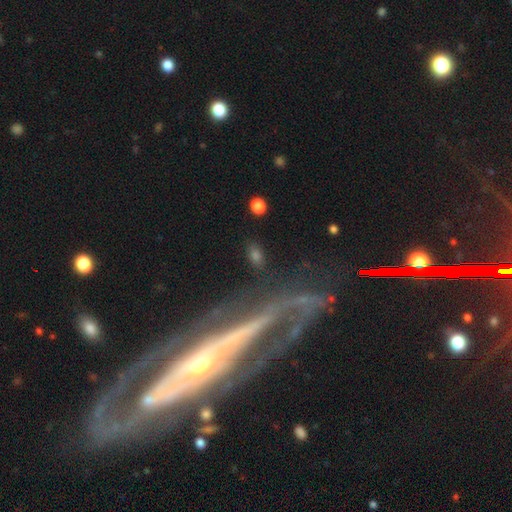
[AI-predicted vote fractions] smooth-or-featured: smooth: 50% | featured or disk: 36% | star or artifact: 14%
  how-rounded: in between: 70% | round: 18% | cigar-shaped: 13%
  merging: none: 76% | minor disturbance: 13% | major disturbance: 7% | merger: 4%